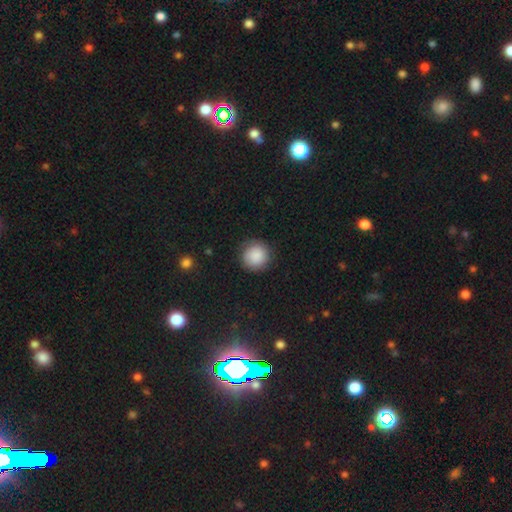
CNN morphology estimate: Q: Smooth or featured?
A: smooth (86%); runner-up: star or artifact (8%)
Q: How rounded?
A: round (93%); runner-up: in between (6%)
Q: Merging?
A: none (85%); runner-up: minor disturbance (10%)